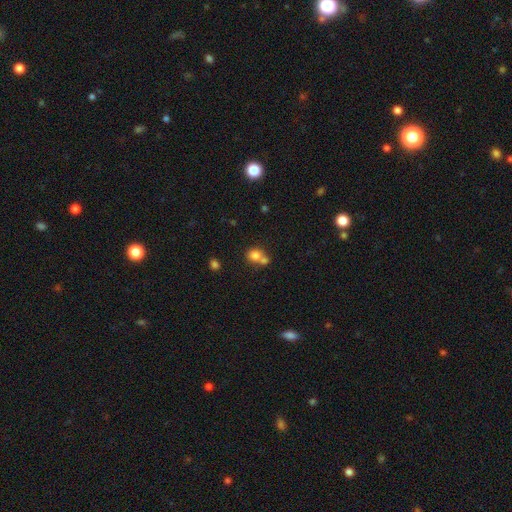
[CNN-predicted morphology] A smooth galaxy with no disk features (78%) that is round (73%). Merging: merger (50%).